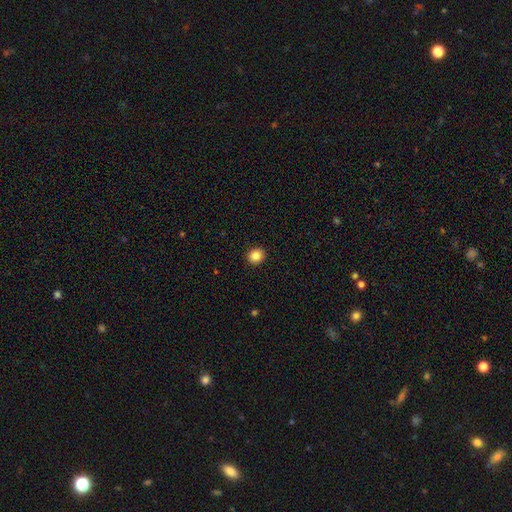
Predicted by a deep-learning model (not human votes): Smooth or featured: smooth — 86% (star or artifact — 10%)
How rounded: round — 81% (in between — 18%)
Merging: none — 92% (minor disturbance — 5%)